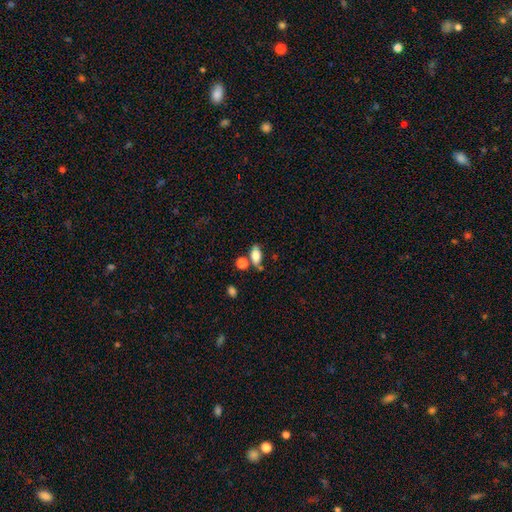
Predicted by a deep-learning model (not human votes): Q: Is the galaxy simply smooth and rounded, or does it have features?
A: smooth — 77%.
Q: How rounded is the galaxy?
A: in between — 83%.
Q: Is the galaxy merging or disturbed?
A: none — 58%.